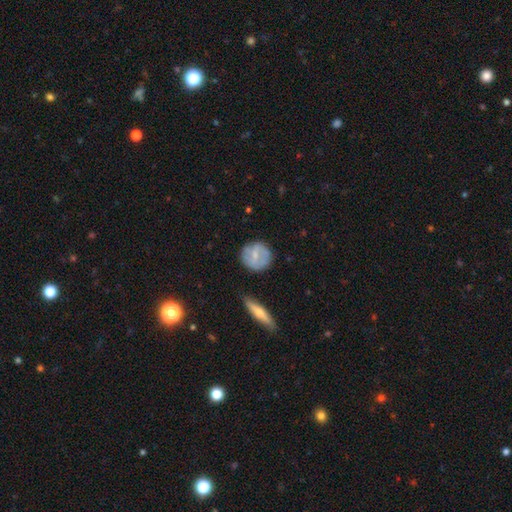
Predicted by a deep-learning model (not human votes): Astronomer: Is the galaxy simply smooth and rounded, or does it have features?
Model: smooth — 48% (runner-up: featured or disk, 45%).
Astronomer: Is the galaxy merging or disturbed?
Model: none — 75%.